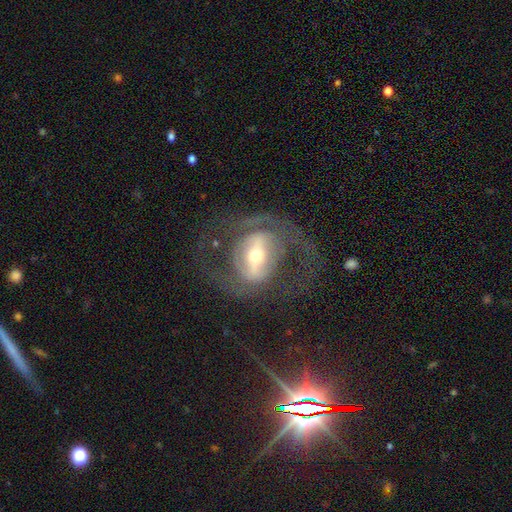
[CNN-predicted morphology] Overall: featured or disk (79%). Edge-on disk: no (94%). Bar: strong (55%; weak 29%). Spiral arms: yes (72%). Spiral arm count: 2 (76%). Spiral winding: medium (49%; loose 26%). Bulge size: moderate (54%; small 34%). Merging: none (58%; major disturbance 26%).